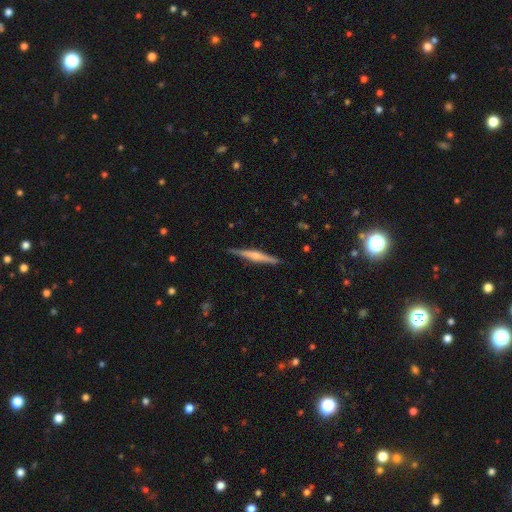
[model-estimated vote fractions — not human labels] smooth-or-featured: featured or disk: 66% | smooth: 29% | star or artifact: 6%
  disk-edge-on: yes: 98% | no: 2%
    edge-on-bulge: rounded: 70% | none: 16% | boxy: 14%
  merging: none: 89% | minor disturbance: 9% | major disturbance: 2% | merger: 1%